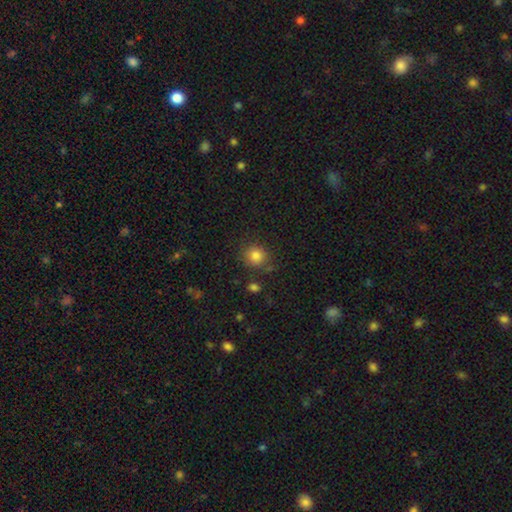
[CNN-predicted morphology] Overall: smooth (83%). How rounded: round (89%). Merging: none (82%).